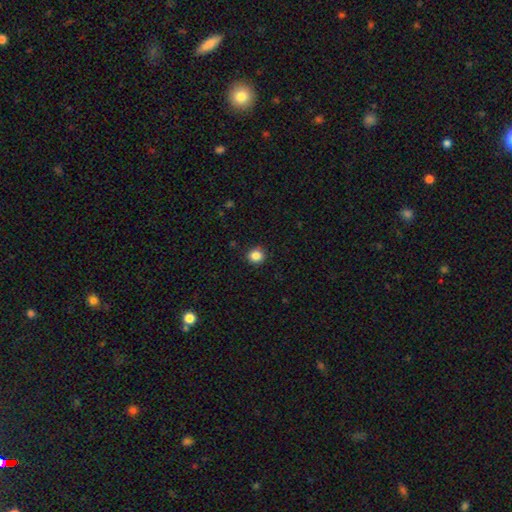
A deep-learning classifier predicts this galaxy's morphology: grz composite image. It shows a smooth galaxy with no disk features (85%) that is round (89%). Merging: none (90%).